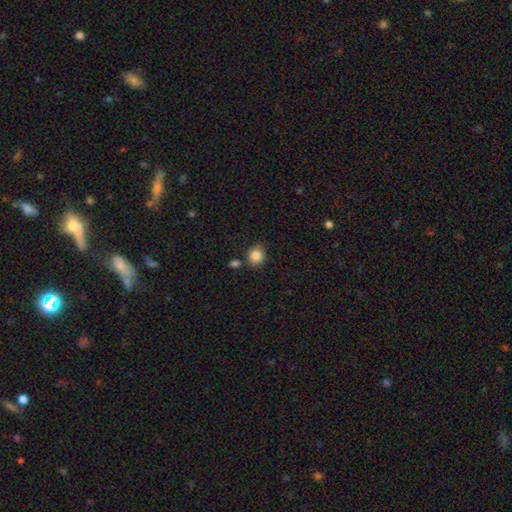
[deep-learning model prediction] Morphology: type=smooth (85%); roundness=round (82%); merging=none (78%).